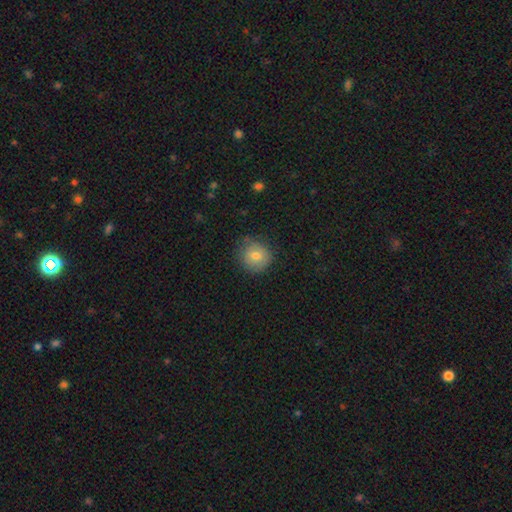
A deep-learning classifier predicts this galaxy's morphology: This is likely a smooth galaxy (75%). How rounded: clearly round (83%). Merging: likely none (71%).